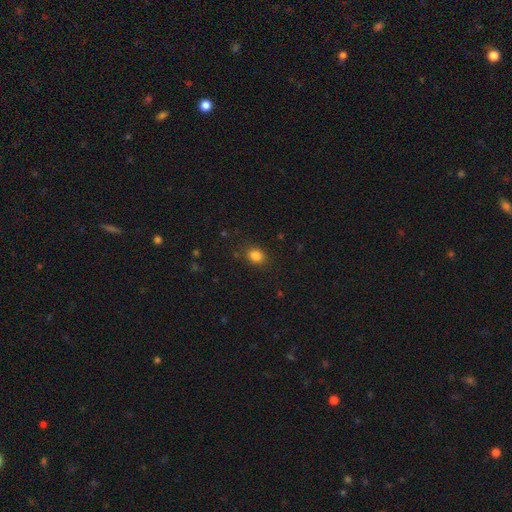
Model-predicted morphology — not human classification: Smooth or featured? smooth (84%)
How rounded? round (53%)
Merging? none (83%)